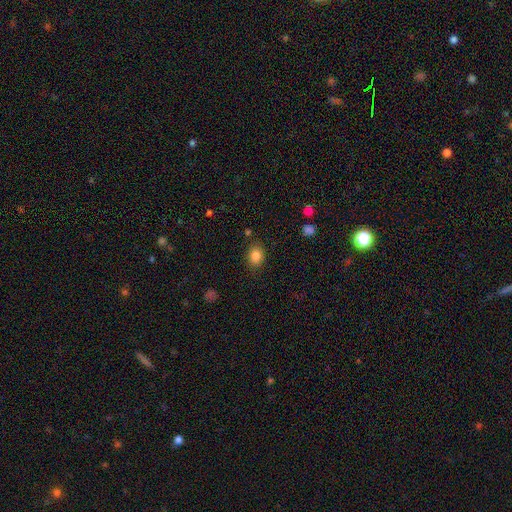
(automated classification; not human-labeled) Overall: smooth (84%). How rounded: in between (53%; round 46%). Merging: none (84%).